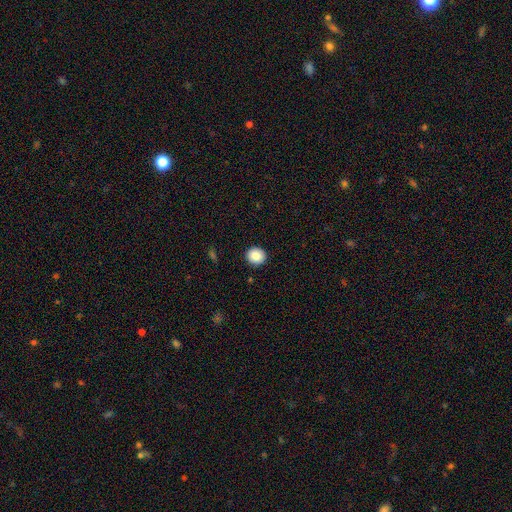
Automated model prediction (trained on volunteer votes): smooth 85%, star or artifact 9%, featured or disk 6%. Down the decision tree: how rounded — round (89%); merging — none (92%).